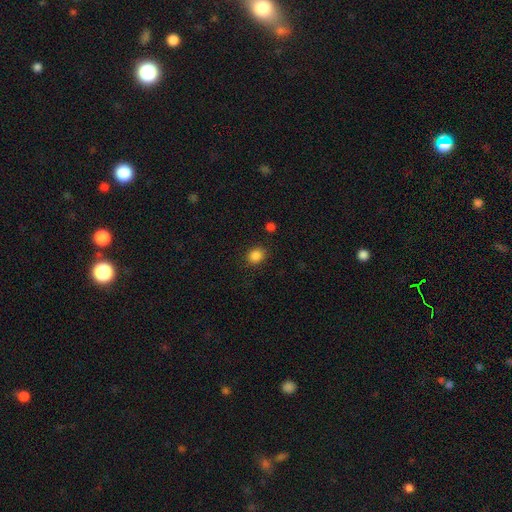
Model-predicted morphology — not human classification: Smooth or featured: smooth — 86% (star or artifact — 10%)
How rounded: round — 62% (in between — 37%)
Merging: none — 85% (minor disturbance — 9%)